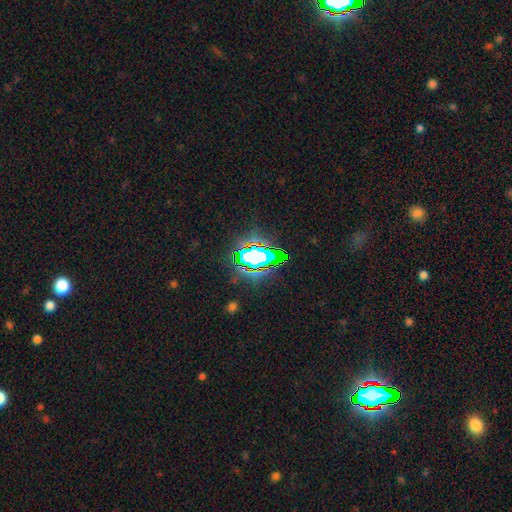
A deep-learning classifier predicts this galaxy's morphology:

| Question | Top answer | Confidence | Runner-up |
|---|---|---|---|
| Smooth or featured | star or artifact | 79% | smooth (13%) |